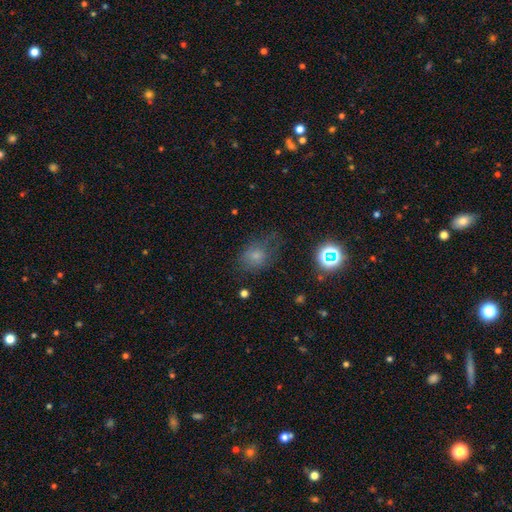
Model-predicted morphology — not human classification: Smooth or featured? smooth (68%)
How rounded? round (52%)
Merging? none (52%)